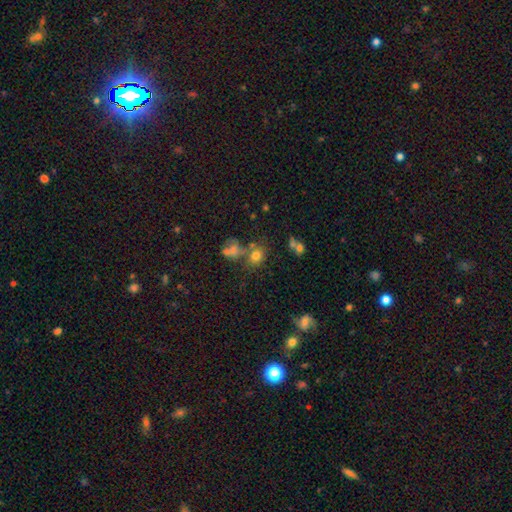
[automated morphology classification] Overall: smooth (73%). How rounded: round (60%; in between 38%). Merging: none (54%; merger 26%).